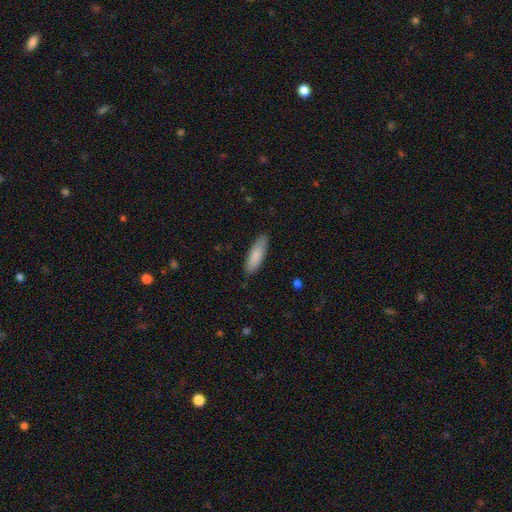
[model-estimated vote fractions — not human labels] smooth_or_featured: smooth (p=0.85) [alt: featured or disk p=0.09]
how_rounded: in between (p=0.55) [alt: cigar-shaped p=0.44]
merging: none (p=0.86) [alt: minor disturbance p=0.11]